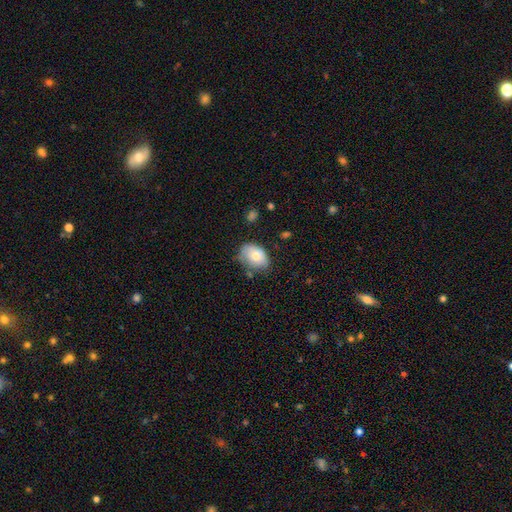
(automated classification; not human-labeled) Q: Smooth or featured?
A: smooth (74%); runner-up: featured or disk (19%)
Q: How rounded?
A: in between (81%); runner-up: round (18%)
Q: Merging?
A: none (56%); runner-up: minor disturbance (32%)